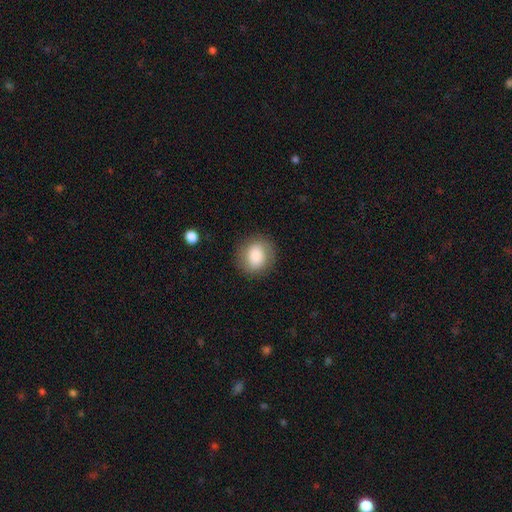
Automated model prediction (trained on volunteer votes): Q: Smooth or featured?
A: smooth (80%); runner-up: featured or disk (12%)
Q: How rounded?
A: round (75%); runner-up: in between (24%)
Q: Merging?
A: none (85%); runner-up: minor disturbance (10%)